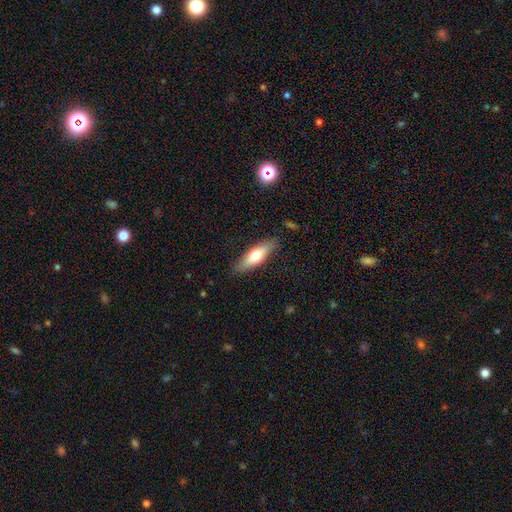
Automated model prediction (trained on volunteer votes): Q: Smooth or featured?
A: smooth (59%); runner-up: featured or disk (35%)
Q: How rounded?
A: cigar-shaped (52%); runner-up: in between (46%)
Q: Merging?
A: none (85%); runner-up: minor disturbance (11%)